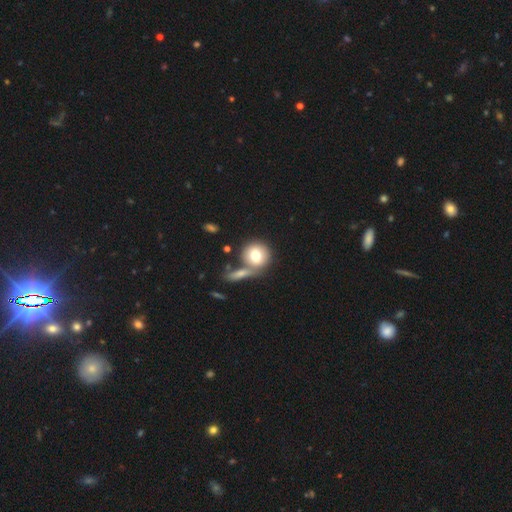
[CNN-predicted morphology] Smooth or featured: smooth — 73% (featured or disk — 19%)
How rounded: round — 89% (in between — 10%)
Merging: none — 56% (merger — 28%)